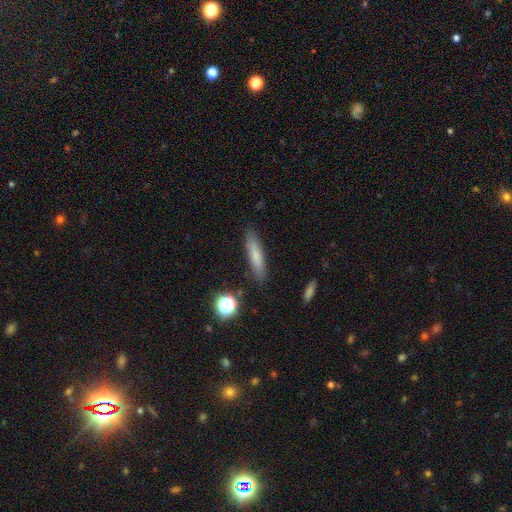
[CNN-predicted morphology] This appears to be a smooth galaxy with no disk features (73%) that is cigar-shaped (83%). Merging: none (87%).